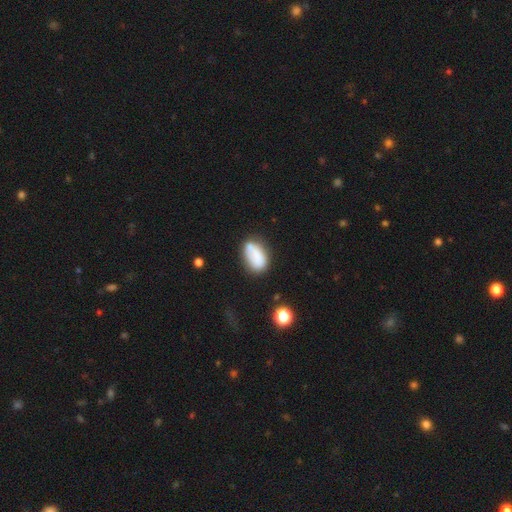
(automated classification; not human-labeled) Overall: smooth (75%). How rounded: in between (90%). Merging: none (57%; minor disturbance 22%).